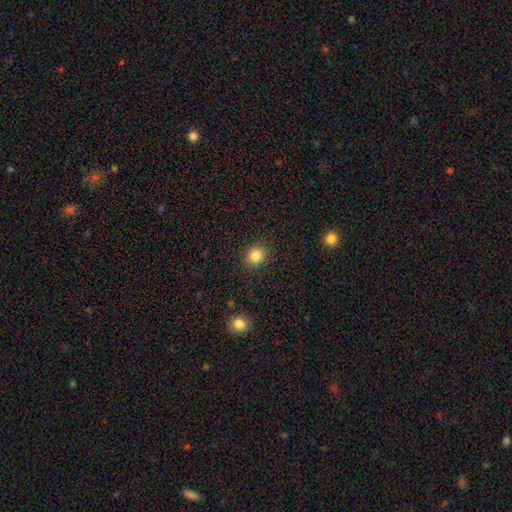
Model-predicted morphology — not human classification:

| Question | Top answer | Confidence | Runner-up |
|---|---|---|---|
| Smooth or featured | smooth | 84% | star or artifact (11%) |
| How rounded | round | 82% | in between (17%) |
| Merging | none | 88% | minor disturbance (8%) |